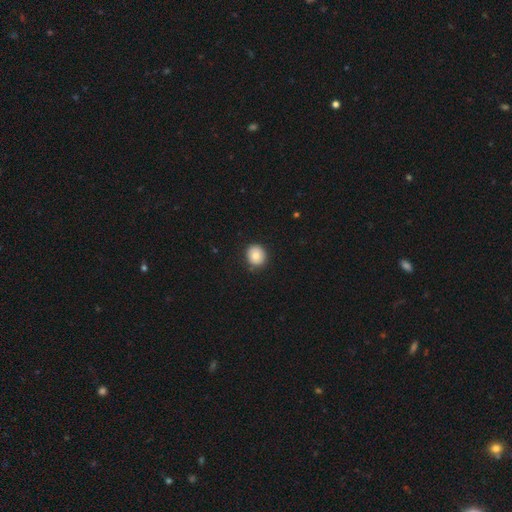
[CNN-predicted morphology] Smooth or featured? Predicted: smooth (p=0.78). How rounded? Predicted: round (p=0.84). Merging? Predicted: none (p=0.87).